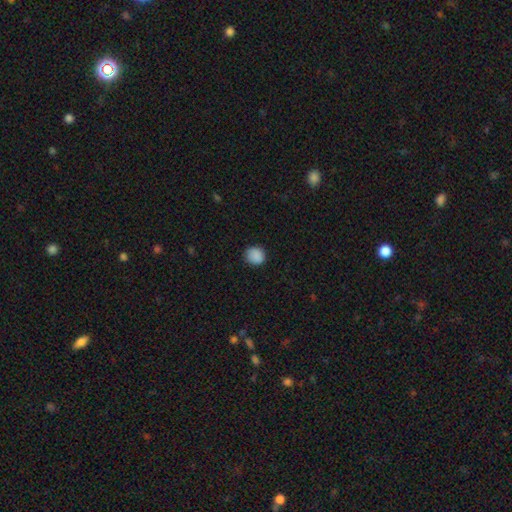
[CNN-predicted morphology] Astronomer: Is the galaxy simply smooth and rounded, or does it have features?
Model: smooth — 88%.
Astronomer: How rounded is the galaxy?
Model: round — 85%.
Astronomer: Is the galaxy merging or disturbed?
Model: none — 86%.